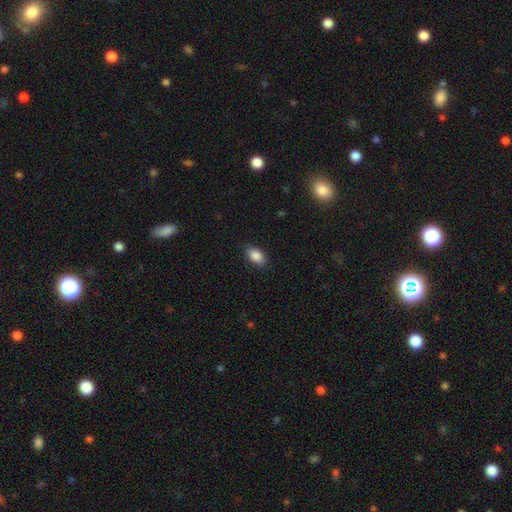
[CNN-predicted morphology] Overall: smooth (88%). How rounded: in between (90%). Merging: none (86%).